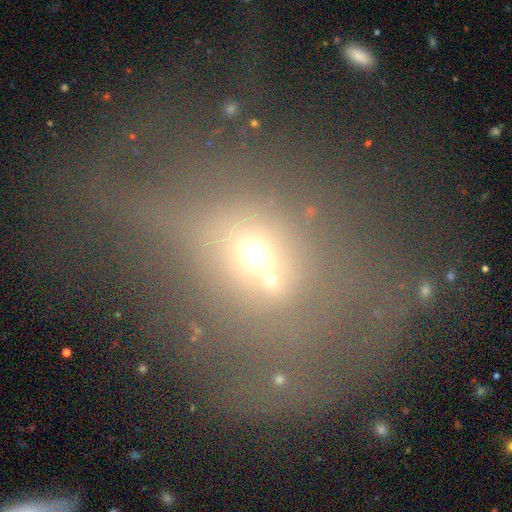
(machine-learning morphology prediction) Smooth or featured: smooth — 47% (featured or disk — 28%)
Merging: none — 36% (major disturbance — 29%)